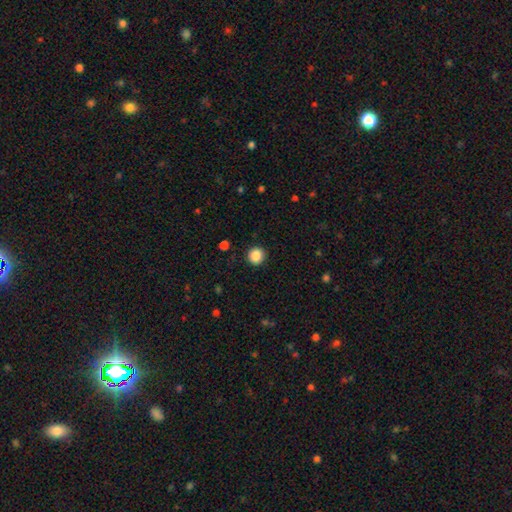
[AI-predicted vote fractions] The model was most divided on "smooth or featured": smooth: 88%, star or artifact: 9%, featured or disk: 3%. More confident: how rounded — round (92%); merging — none (91%).